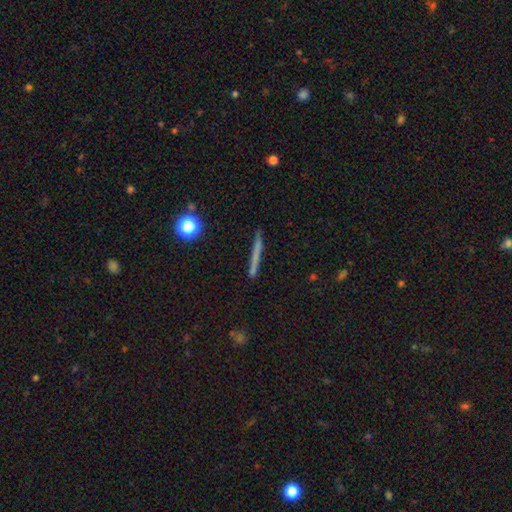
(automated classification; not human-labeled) Smooth or featured? Predicted: smooth (p=0.53). How rounded? Predicted: cigar-shaped (p=0.94). Merging? Predicted: none (p=0.87).